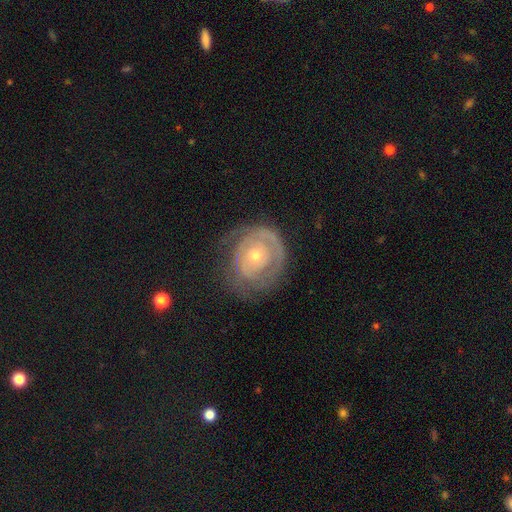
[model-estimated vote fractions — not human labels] This is likely a featured or disk galaxy (75%). It is clearly not viewed edge-on (97%). Bar: clearly no (83%). Spiral arm pattern: likely yes (72%). Spiral arm count: marginally can't tell (43%). Spiral winding: likely tight (75%). Central bulge: likely small (67%). Merging: likely none (62%).